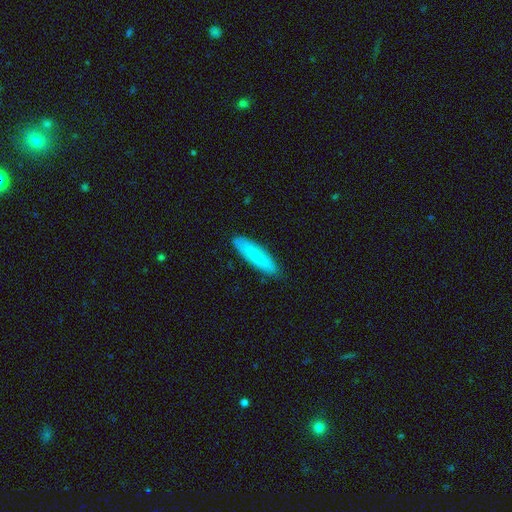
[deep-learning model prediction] A smooth galaxy with no disk features (72%) that is cigar-shaped (67%).

Vote fractions:
- Smooth or featured? smooth: 72% / featured or disk: 22% / star or artifact: 6%
- How rounded? cigar-shaped: 67% / in between: 31% / round: 2%
- Merging? none: 87% / minor disturbance: 10% / major disturbance: 2% / merger: 1%